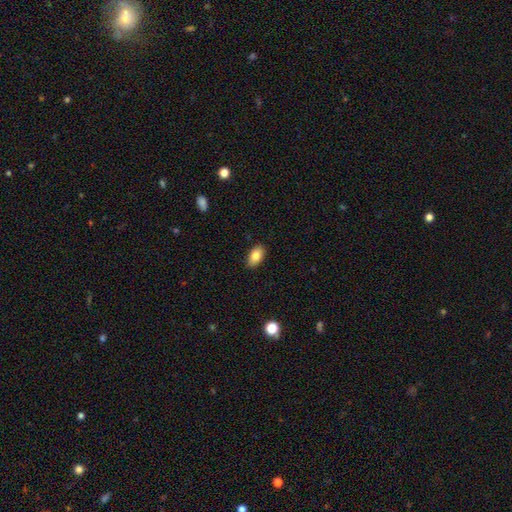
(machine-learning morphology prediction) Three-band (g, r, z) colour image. It shows a smooth galaxy with no disk features (83%) that is in between round and cigar-shaped (93%). Merging: none (89%).